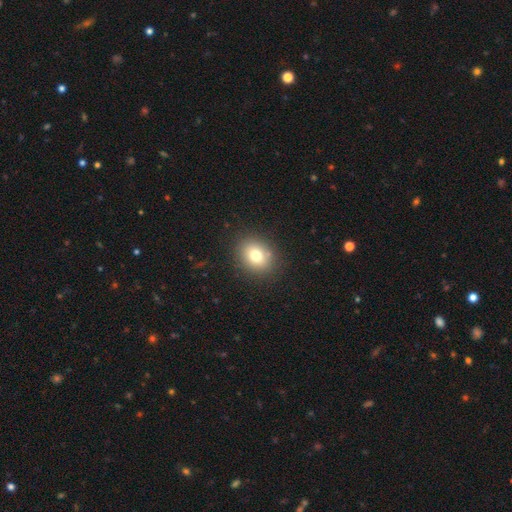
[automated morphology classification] Smooth or featured: smooth — 76% (star or artifact — 12%)
How rounded: round — 57% (in between — 42%)
Merging: none — 86% (minor disturbance — 9%)